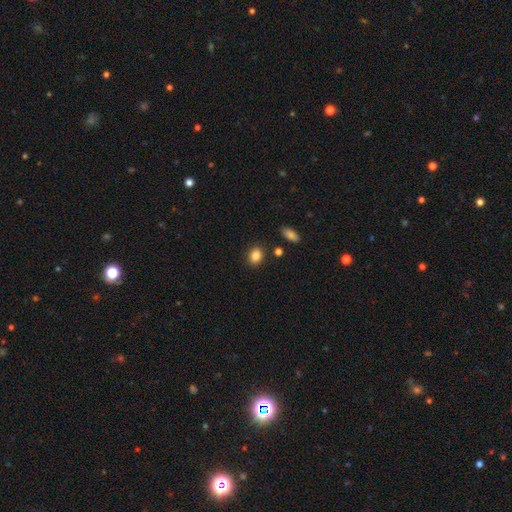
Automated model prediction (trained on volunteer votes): smooth-or-featured: smooth: 86% | star or artifact: 9% | featured or disk: 4%
  how-rounded: in between: 55% | round: 44% | cigar-shaped: 1%
  merging: none: 85% | minor disturbance: 9% | merger: 3% | major disturbance: 3%